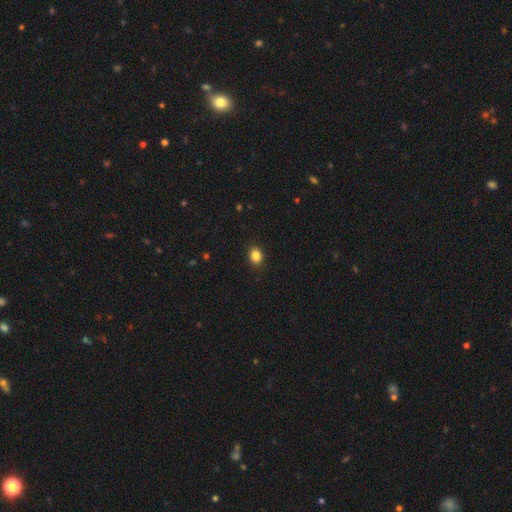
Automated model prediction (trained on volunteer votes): A smooth galaxy with no disk features (85%) that is in between round and cigar-shaped (59%). Merging: none (90%).